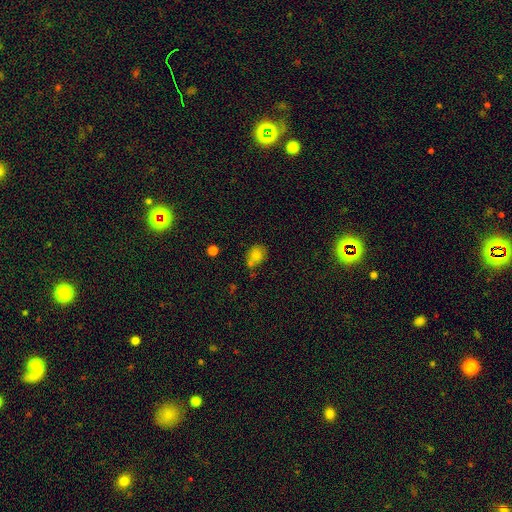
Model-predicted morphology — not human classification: Smooth or featured: smooth — 77% (star or artifact — 12%)
How rounded: round — 59% (in between — 40%)
Merging: none — 52% (merger — 25%)